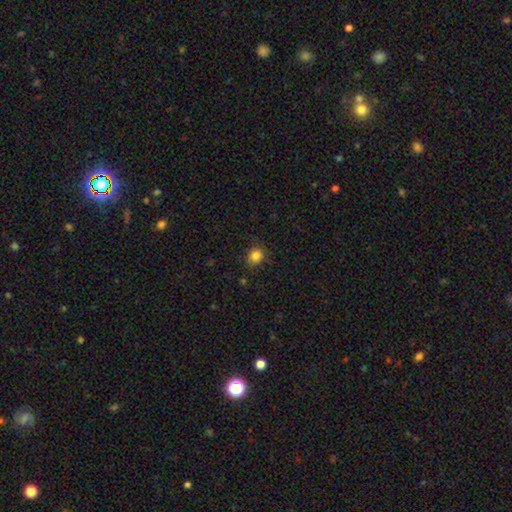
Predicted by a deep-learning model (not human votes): Overall: smooth (84%). How rounded: round (68%; in between 32%). Merging: none (85%).